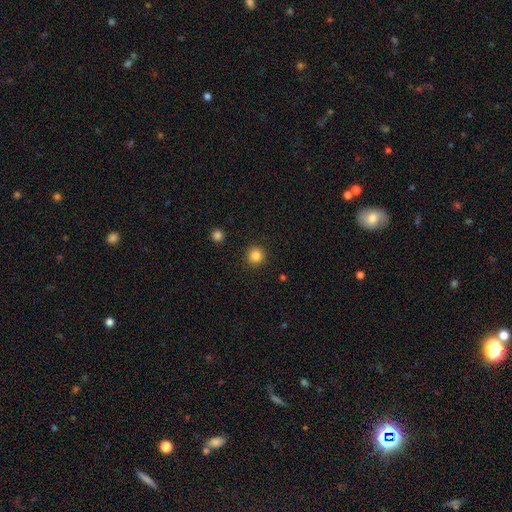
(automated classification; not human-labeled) Smooth or featured? Predicted: smooth (p=0.84). How rounded? Predicted: round (p=0.94). Merging? Predicted: none (p=0.92).